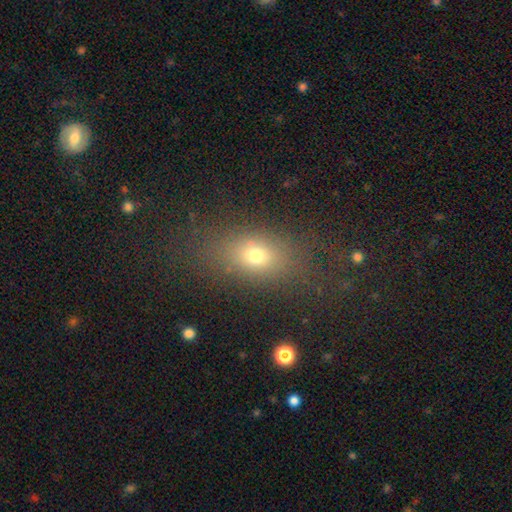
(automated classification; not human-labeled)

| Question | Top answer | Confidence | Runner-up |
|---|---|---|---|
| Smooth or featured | smooth | 69% | star or artifact (17%) |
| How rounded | in between | 71% | round (23%) |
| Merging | none | 78% | minor disturbance (12%) |